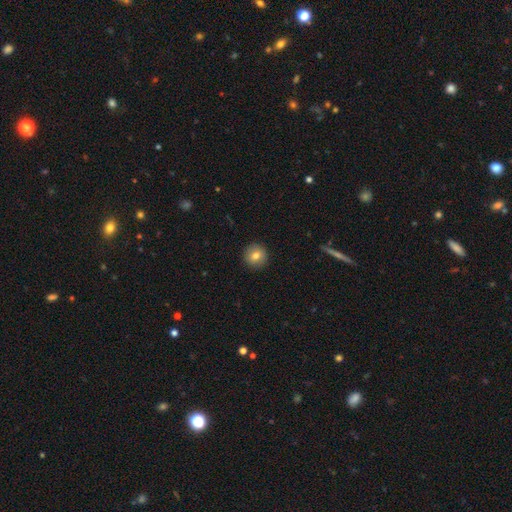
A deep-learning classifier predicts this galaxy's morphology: A smooth galaxy with no disk features (79%) that is round (94%).

Vote fractions:
- Smooth or featured? smooth: 79% / featured or disk: 12% / star or artifact: 10%
- How rounded? round: 94% / in between: 5% / cigar-shaped: 1%
- Merging? none: 92% / minor disturbance: 5% / major disturbance: 2% / merger: 1%